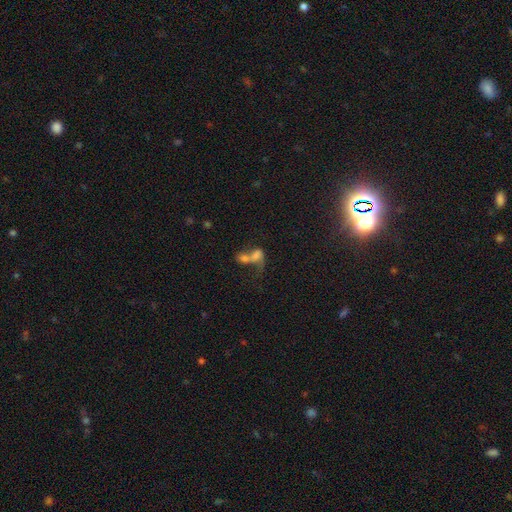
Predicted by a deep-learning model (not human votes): smooth 55%, featured or disk 32%, star or artifact 13%. Down the decision tree: how rounded — in between (73%); merging — merger (73%).